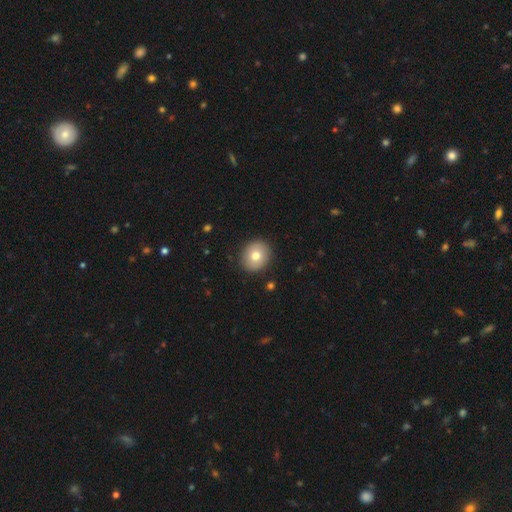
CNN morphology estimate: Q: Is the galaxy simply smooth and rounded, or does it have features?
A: smooth — 76%.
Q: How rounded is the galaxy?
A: round — 79%.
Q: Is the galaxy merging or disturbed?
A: none — 89%.